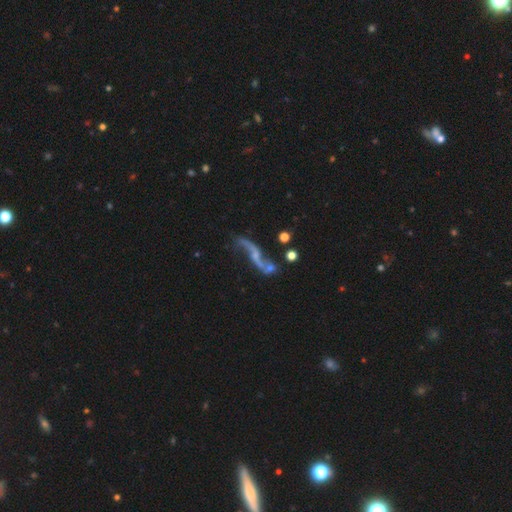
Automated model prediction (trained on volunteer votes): A featured or disk galaxy (83%) with no bar (52%), 2 (90%) loose (93%) spiral arms (88%) and a small central bulge (51%). Merging: none (48%).